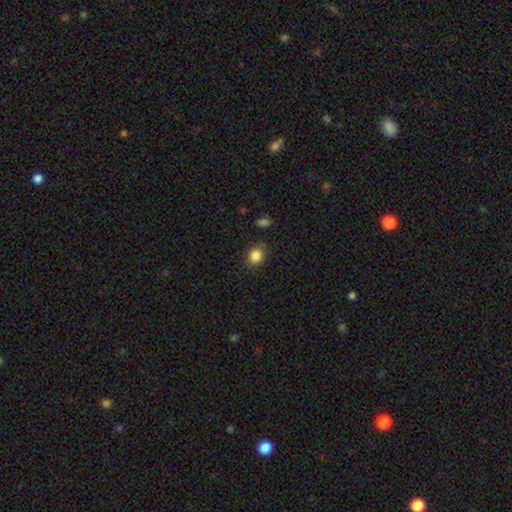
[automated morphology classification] Smooth or featured: smooth — 85% (star or artifact — 10%)
How rounded: round — 58% (in between — 41%)
Merging: none — 82% (minor disturbance — 13%)